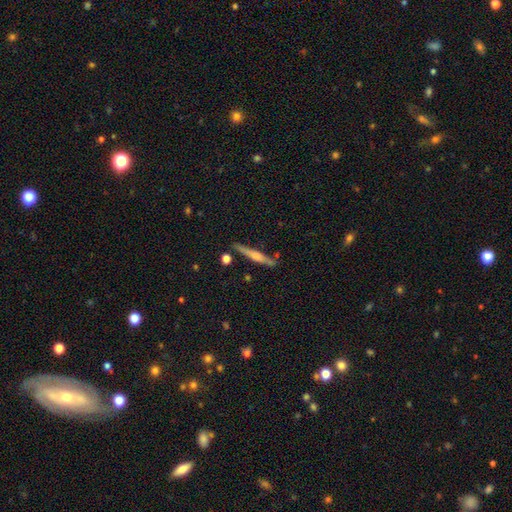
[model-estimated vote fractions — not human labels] Q: Smooth or featured?
A: featured or disk (54%); runner-up: smooth (40%)
Q: Edge-on disk?
A: yes (97%); runner-up: no (3%)
Q: Edge-on bulge?
A: rounded (65%); runner-up: none (19%)
Q: Merging?
A: none (82%); runner-up: minor disturbance (12%)